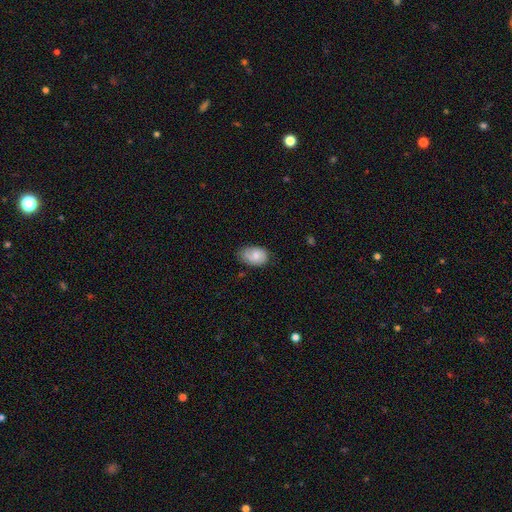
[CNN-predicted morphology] smooth-or-featured: smooth: 65% | featured or disk: 28% | star or artifact: 7%
  how-rounded: in between: 85% | round: 14% | cigar-shaped: 1%
  merging: none: 69% | minor disturbance: 25% | major disturbance: 5% | merger: 1%